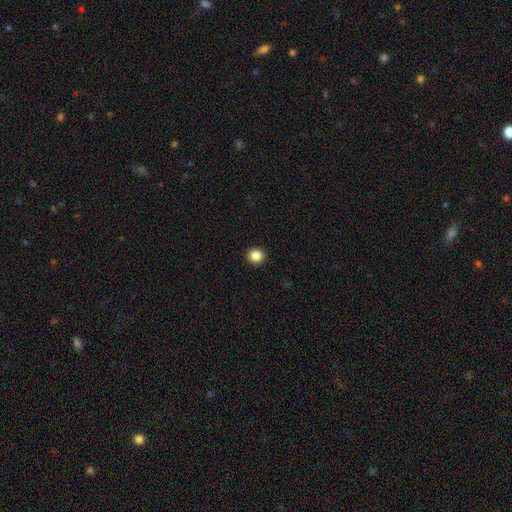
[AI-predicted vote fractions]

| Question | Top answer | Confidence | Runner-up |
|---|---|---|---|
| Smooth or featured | smooth | 85% | star or artifact (11%) |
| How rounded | round | 89% | in between (10%) |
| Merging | none | 93% | minor disturbance (4%) |